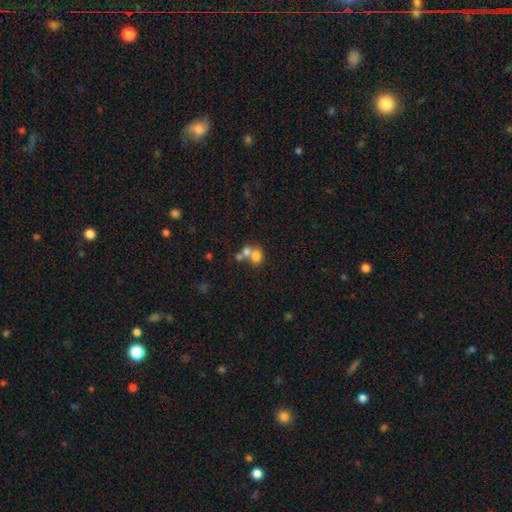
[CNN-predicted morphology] Smooth or featured?
  - smooth: 70% *
  - featured or disk: 17%
  - star or artifact: 13%
How rounded?
  - round: 55% *
  - in between: 44%
  - cigar-shaped: 1%
Merging?
  - merger: 58% *
  - none: 31%
  - minor disturbance: 7%
  - major disturbance: 4%